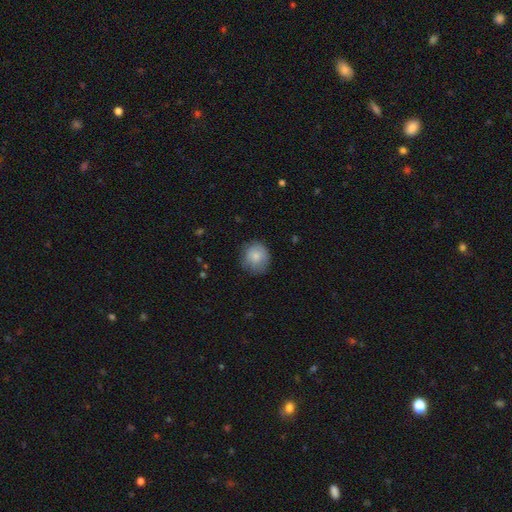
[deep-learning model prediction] smooth_or_featured: smooth (p=0.83) [alt: featured or disk p=0.09]
how_rounded: round (p=0.84) [alt: in between p=0.15]
merging: none (p=0.75) [alt: minor disturbance p=0.20]